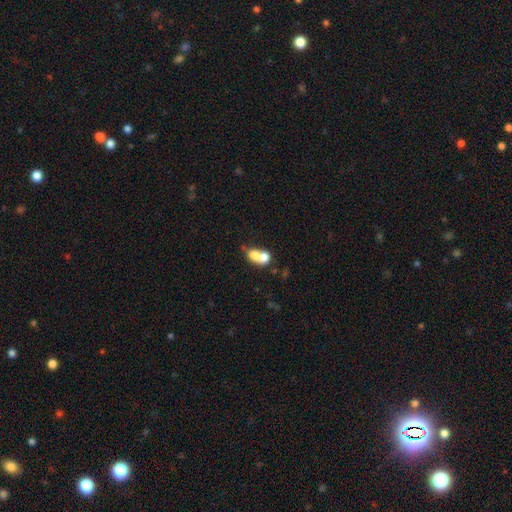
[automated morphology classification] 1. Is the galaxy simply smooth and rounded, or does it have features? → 69% smooth, 21% featured or disk, 10% star or artifact.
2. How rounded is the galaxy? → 50% in between, 48% round, 2% cigar-shaped.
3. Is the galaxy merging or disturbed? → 69% merger, 20% none, 6% minor disturbance, 4% major disturbance.